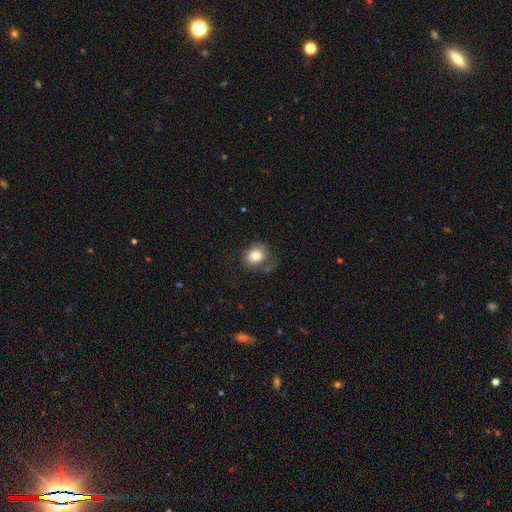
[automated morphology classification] Overall: smooth (79%). How rounded: round (62%; in between 37%). Merging: none (64%).